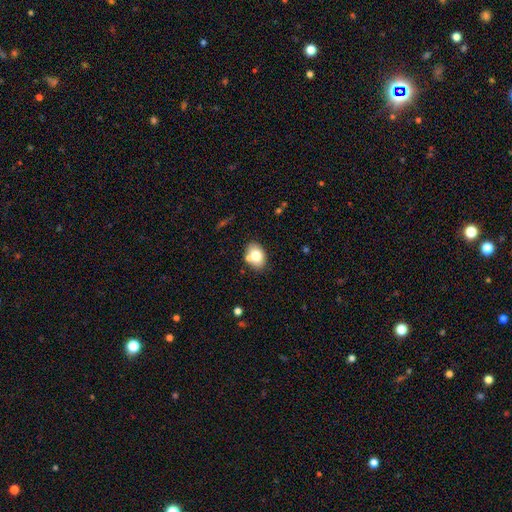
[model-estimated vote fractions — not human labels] Smooth or featured? smooth (75%)
How rounded? in between (73%)
Merging? none (71%)